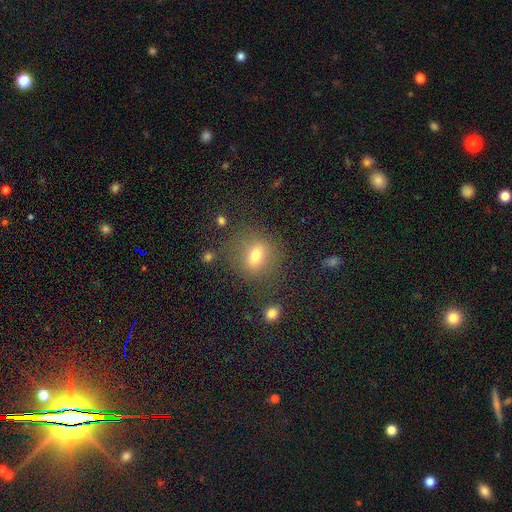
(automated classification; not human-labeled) A smooth galaxy with no disk features (67%) that is round (54%).

Vote fractions:
- Smooth or featured? smooth: 67% / featured or disk: 19% / star or artifact: 14%
- How rounded? round: 54% / in between: 43% / cigar-shaped: 3%
- Merging? none: 75% / minor disturbance: 14% / major disturbance: 7% / merger: 4%